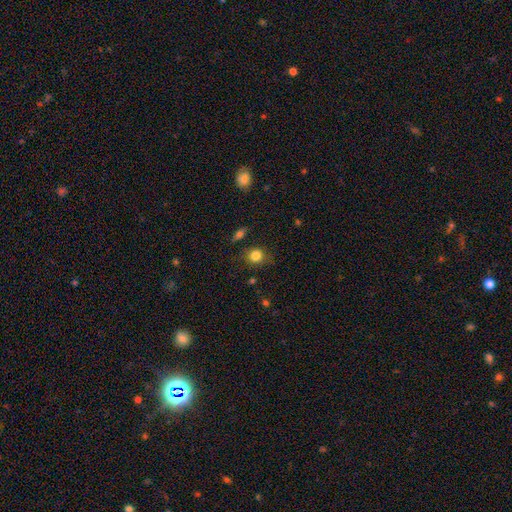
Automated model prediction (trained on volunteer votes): smooth_or_featured: smooth (p=0.83) [alt: star or artifact p=0.11]
how_rounded: round (p=0.79) [alt: in between p=0.19]
merging: none (p=0.77) [alt: minor disturbance p=0.16]